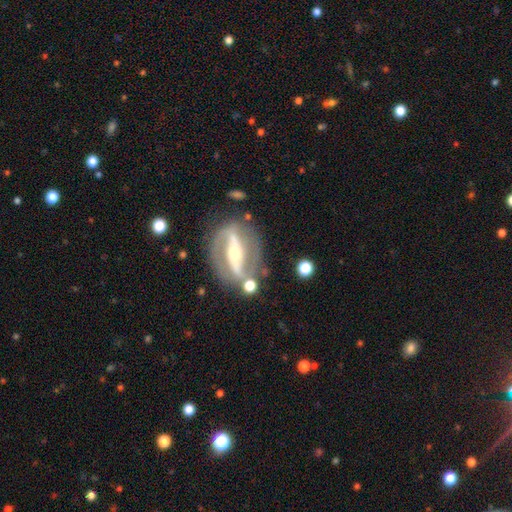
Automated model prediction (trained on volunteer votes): smooth-or-featured: featured or disk: 85% | smooth: 9% | star or artifact: 6%
  disk-edge-on: no: 83% | yes: 17%
    bar: strong: 77% | weak: 14% | no: 9%
    has-spiral-arms: yes: 76% | no: 24%
      spiral-winding: tight: 40% | medium: 38% | loose: 22%
      spiral-arm-count: 2: 81% | can't tell: 10% | 1: 5% | 3: 2% | 4: 1% | more than 4: 1%
    bulge-size: moderate: 52% | small: 41% | large: 4% | none: 1% | dominant: 1%
  merging: none: 75% | minor disturbance: 14% | major disturbance: 7% | merger: 5%